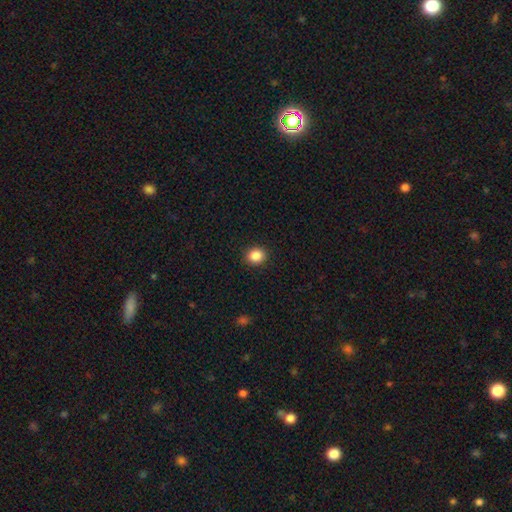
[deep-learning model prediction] smooth-or-featured: smooth: 86% | star or artifact: 10% | featured or disk: 4%
  how-rounded: round: 78% | in between: 21% | cigar-shaped: 1%
  merging: none: 92% | minor disturbance: 6% | major disturbance: 2% | merger: 1%